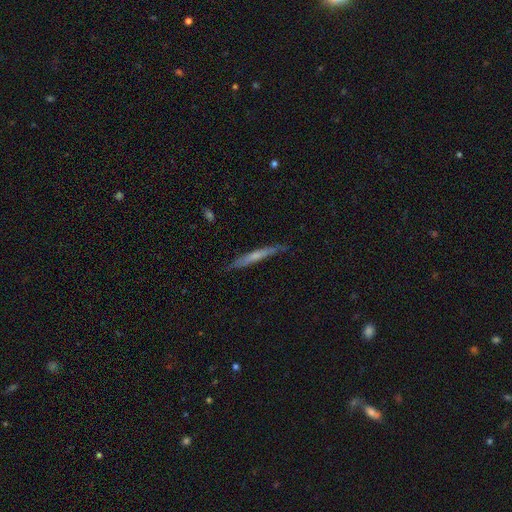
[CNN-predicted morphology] The model was most divided on "smooth or featured": featured or disk: 48%, smooth: 45%, star or artifact: 6%. More confident: merging — none (79%).